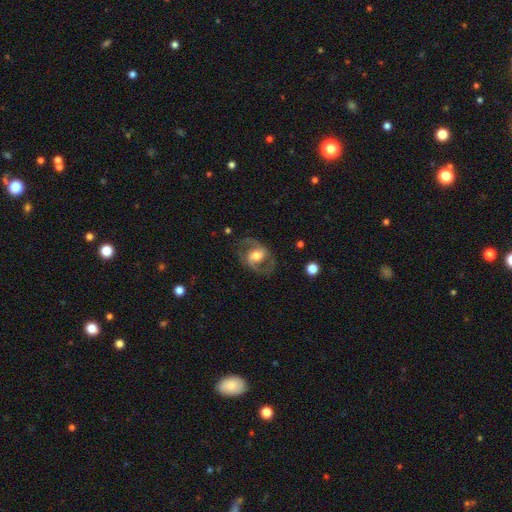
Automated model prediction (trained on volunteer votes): The model was most divided on "bar": weak: 39%, no: 38%, strong: 23%. More confident: edge-on disk — no (96%); spiral arm count — 2 (89%); spiral arms — yes (83%); smooth or featured — featured or disk (77%); merging — none (75%); bulge size — moderate (64%); spiral winding — medium (56%).